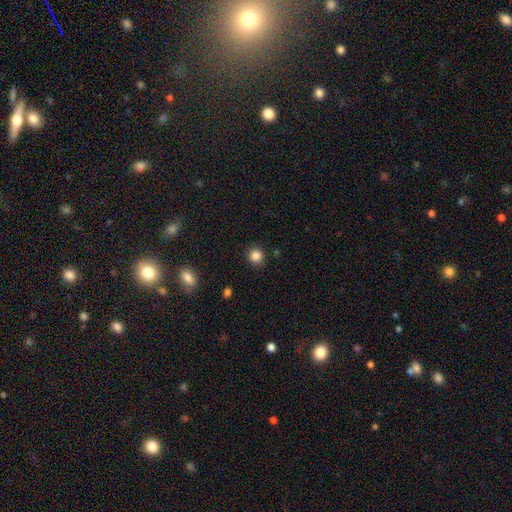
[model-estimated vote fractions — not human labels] Morphology: type=smooth (85%); roundness=round (90%); merging=none (89%).